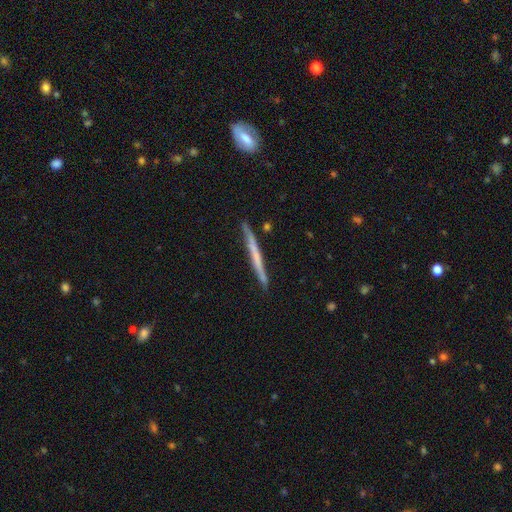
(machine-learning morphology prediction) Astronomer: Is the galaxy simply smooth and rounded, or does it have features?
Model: featured or disk — 53% (runner-up: smooth, 41%).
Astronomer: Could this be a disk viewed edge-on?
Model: yes — 97%.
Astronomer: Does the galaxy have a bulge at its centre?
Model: none — 85%.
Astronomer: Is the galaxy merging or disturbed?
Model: none — 88%.